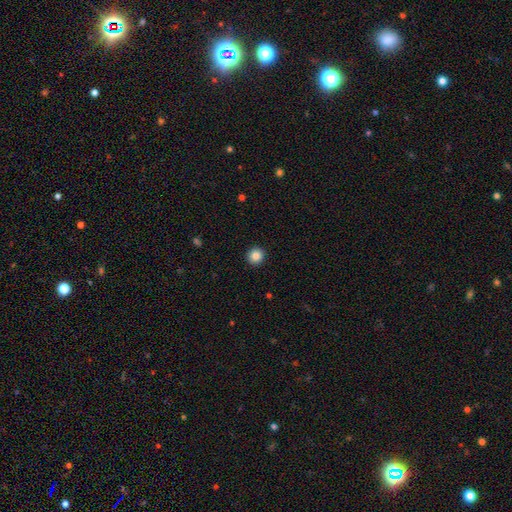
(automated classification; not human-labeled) smooth 85%, star or artifact 10%, featured or disk 5%. Down the decision tree: how rounded — round (93%); merging — none (93%).